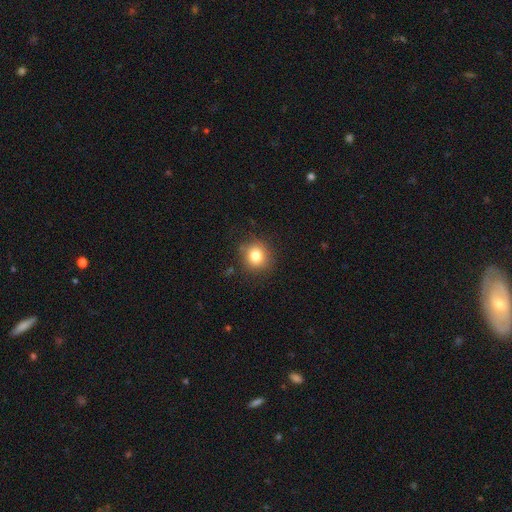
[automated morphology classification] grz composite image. It shows a smooth galaxy with no disk features (81%) that is round (89%). Merging: none (85%).